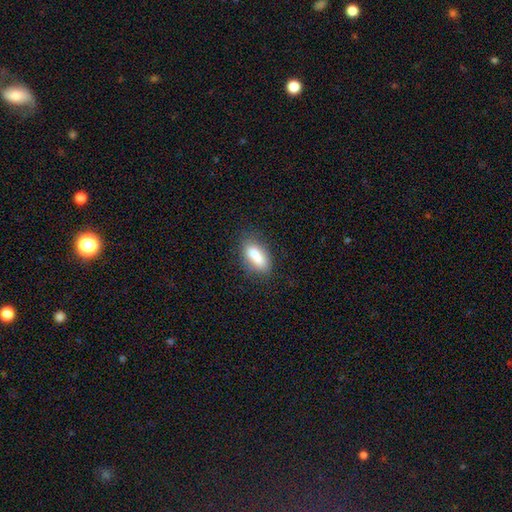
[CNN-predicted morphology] Smooth or featured: smooth — 78% (featured or disk — 13%)
How rounded: in between — 82% (cigar-shaped — 13%)
Merging: none — 66% (minor disturbance — 19%)